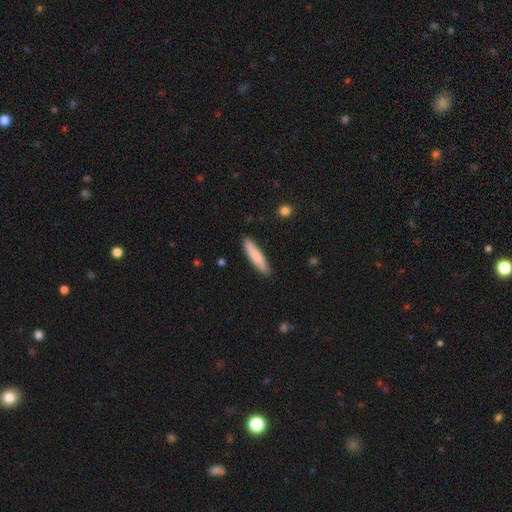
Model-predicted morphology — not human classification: smooth_or_featured: smooth (p=0.81) [alt: featured or disk p=0.13]
how_rounded: cigar-shaped (p=0.84) [alt: in between p=0.15]
merging: none (p=0.87) [alt: minor disturbance p=0.10]